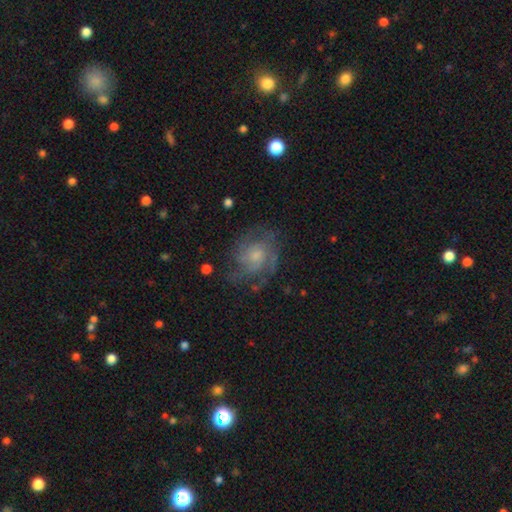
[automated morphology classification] This appears to be a featured or disk galaxy (69%) with no bar (76%), tight (45%) spiral arms (87%) and a small central bulge (53%). Merging: none (65%).